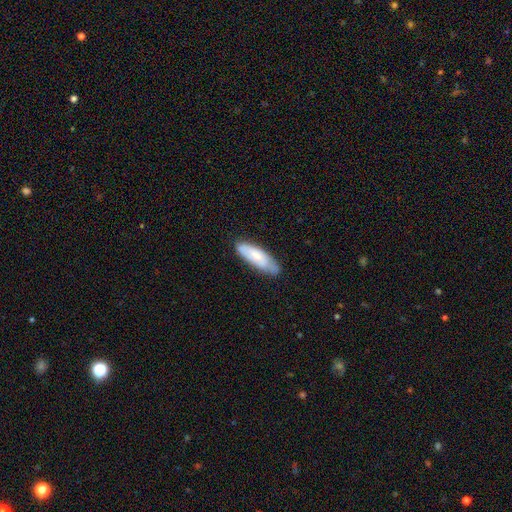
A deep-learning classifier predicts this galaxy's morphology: A smooth galaxy with no disk features (66%) that is in between round and cigar-shaped (52%). Merging: none (74%).